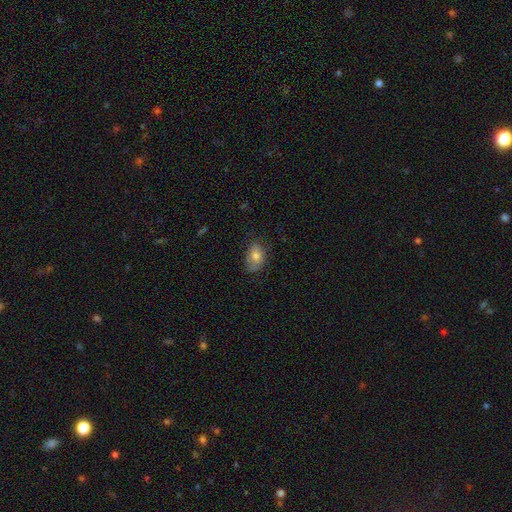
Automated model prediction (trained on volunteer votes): Q: Smooth or featured?
A: smooth (69%); runner-up: featured or disk (21%)
Q: How rounded?
A: in between (81%); runner-up: round (17%)
Q: Merging?
A: none (64%); runner-up: minor disturbance (26%)